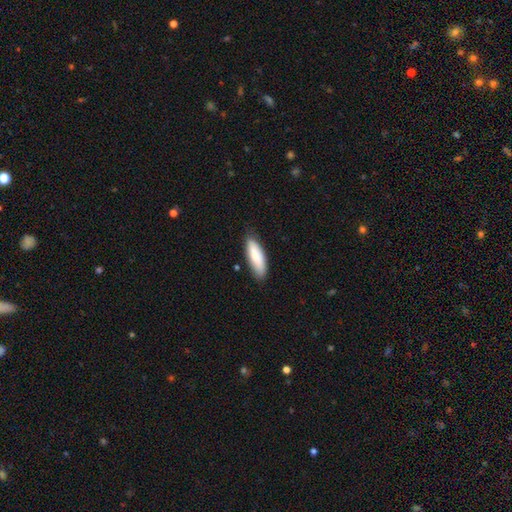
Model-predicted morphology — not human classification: This appears to be a smooth galaxy with no disk features (78%) that is in between round and cigar-shaped (56%). Merging: none (79%).